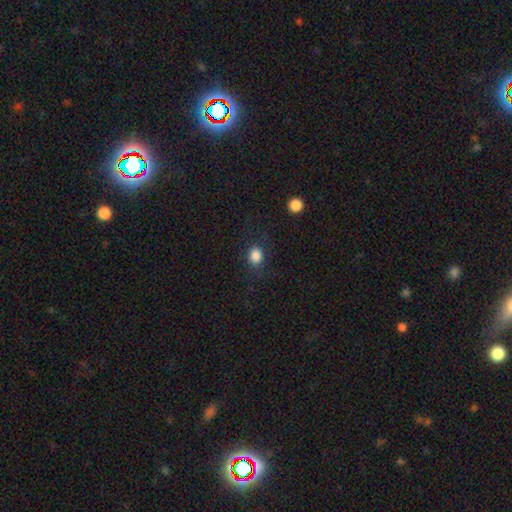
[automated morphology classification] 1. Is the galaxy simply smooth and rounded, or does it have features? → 85% smooth, 10% star or artifact, 4% featured or disk.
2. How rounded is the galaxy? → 56% round, 42% in between, 1% cigar-shaped.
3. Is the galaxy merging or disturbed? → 80% none, 13% minor disturbance, 6% major disturbance, 1% merger.